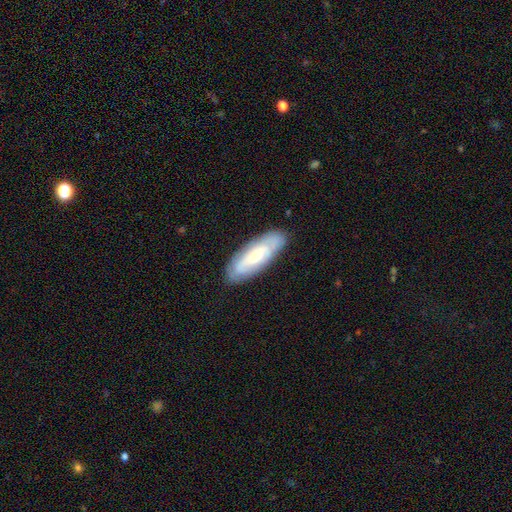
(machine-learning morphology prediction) featured or disk 52%, smooth 41%, star or artifact 6%. Down the decision tree: edge-on disk — no (77%); merging — none (84%).